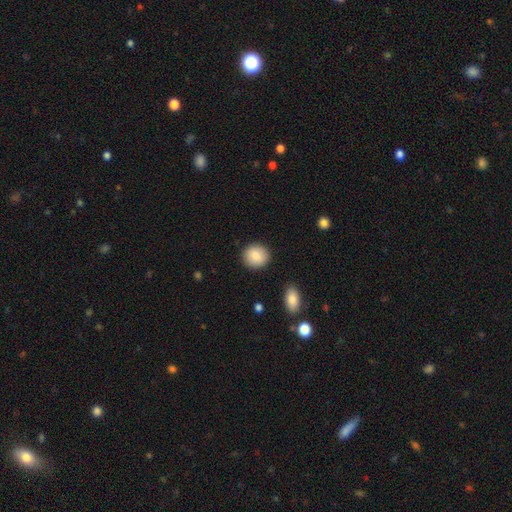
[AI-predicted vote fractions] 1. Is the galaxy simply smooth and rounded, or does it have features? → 87% smooth, 7% star or artifact, 6% featured or disk.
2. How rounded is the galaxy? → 85% round, 14% in between, 1% cigar-shaped.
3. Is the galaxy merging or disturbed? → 90% none, 7% minor disturbance, 2% major disturbance, 1% merger.